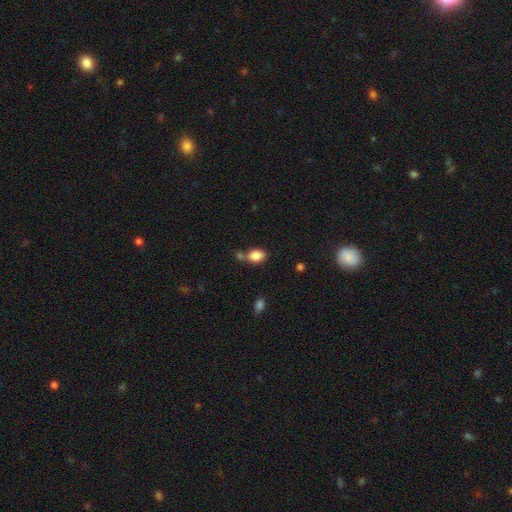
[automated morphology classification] A smooth galaxy with no disk features (85%) that is in between round and cigar-shaped (79%). Merging: none (55%).